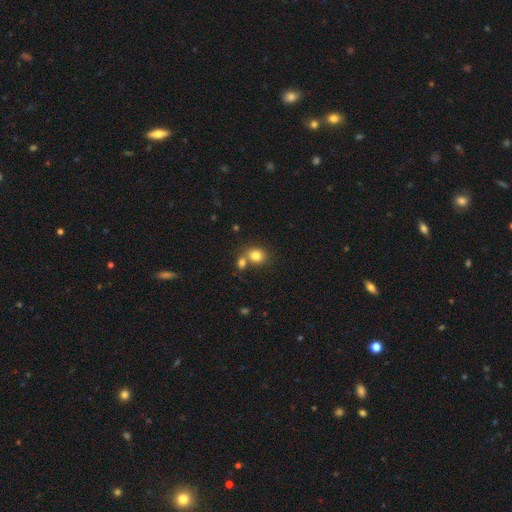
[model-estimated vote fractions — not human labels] This appears to be a smooth galaxy with no disk features (81%) that is round (64%). Merging: none (52%).